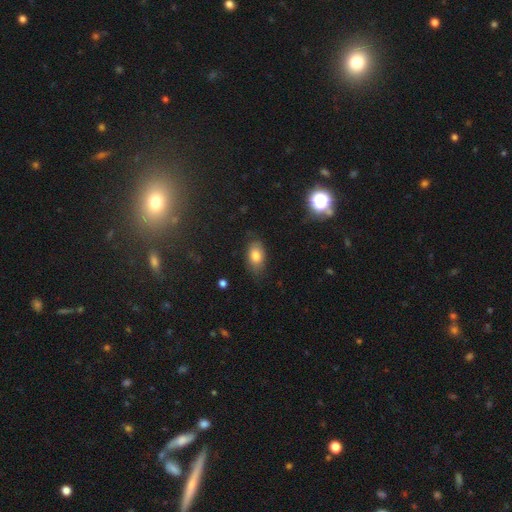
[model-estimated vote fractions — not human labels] Q: Smooth or featured?
A: smooth (78%); runner-up: featured or disk (12%)
Q: How rounded?
A: in between (89%); runner-up: round (8%)
Q: Merging?
A: none (75%); runner-up: minor disturbance (19%)